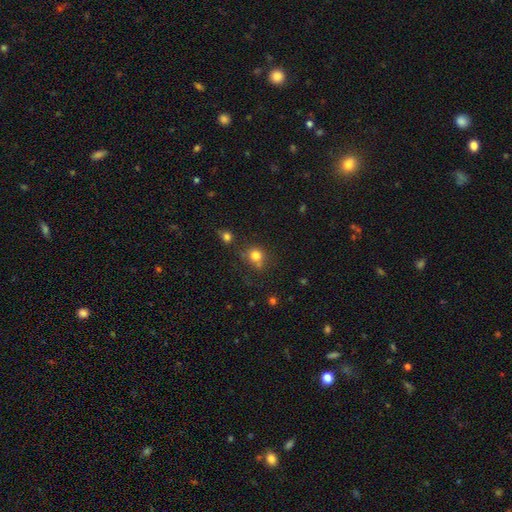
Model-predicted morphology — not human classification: This is likely a smooth galaxy (79%). How rounded: clearly round (82%). Merging: likely none (63%).